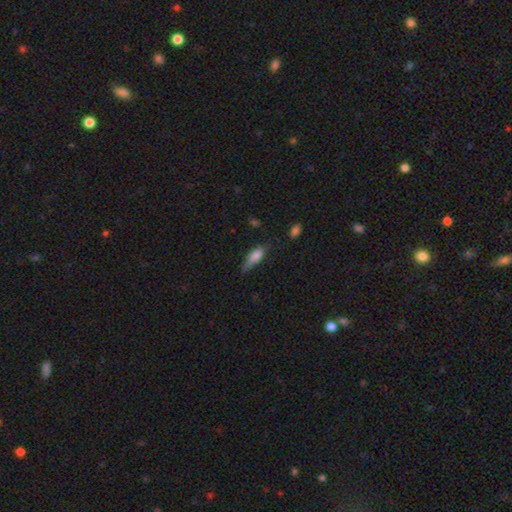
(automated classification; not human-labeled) Q: Smooth or featured?
A: smooth (75%); runner-up: featured or disk (17%)
Q: How rounded?
A: in between (55%); runner-up: cigar-shaped (43%)
Q: Merging?
A: none (42%); runner-up: minor disturbance (40%)